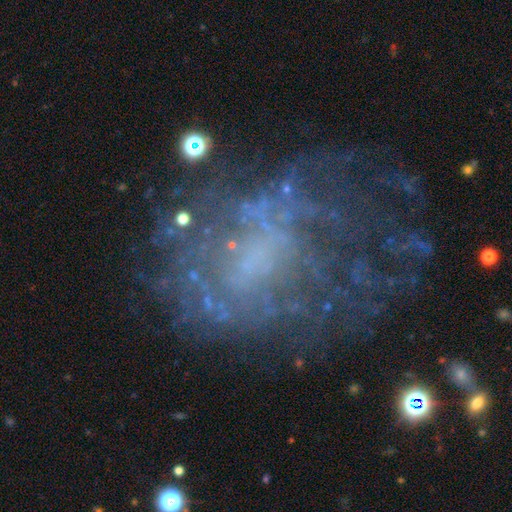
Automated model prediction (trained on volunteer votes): Smooth or featured? Predicted: featured or disk (p=0.66). Edge-on disk? Predicted: no (p=0.97). Bar? Predicted: no (p=0.75). Spiral arms? Predicted: no (p=0.60). Bulge size? Predicted: none (p=0.62). Merging? Predicted: none (p=0.45).